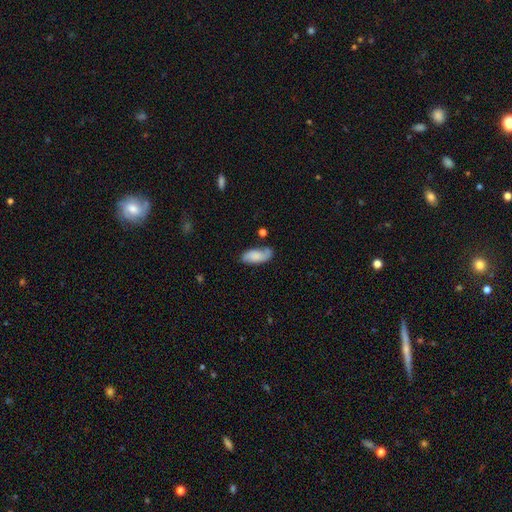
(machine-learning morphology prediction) type=smooth (57%); roundness=in between (87%); merging=none (61%).